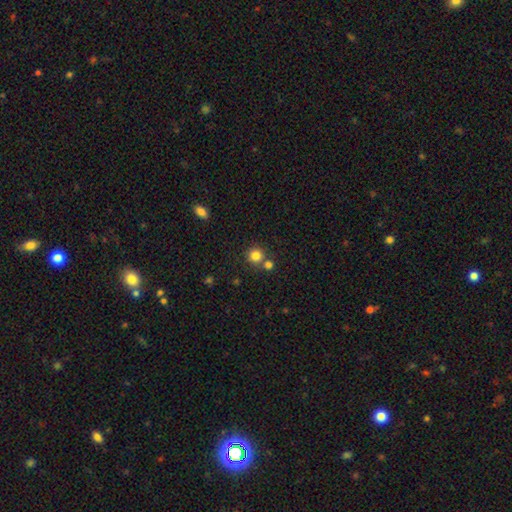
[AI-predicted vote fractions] Smooth or featured?
  - smooth: 82% *
  - star or artifact: 12%
  - featured or disk: 6%
How rounded?
  - round: 93% *
  - in between: 6%
  - cigar-shaped: 1%
Merging?
  - none: 71% *
  - merger: 19%
  - minor disturbance: 7%
  - major disturbance: 2%